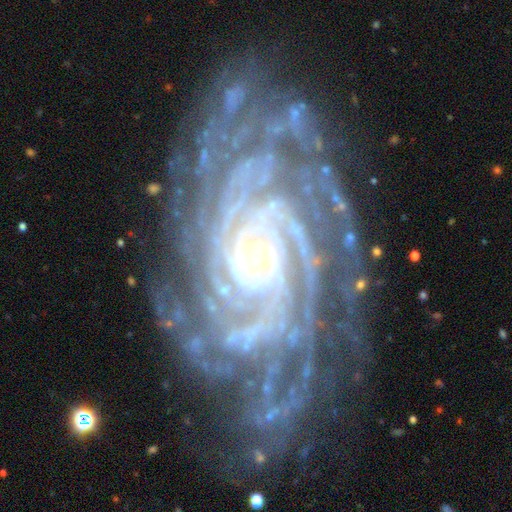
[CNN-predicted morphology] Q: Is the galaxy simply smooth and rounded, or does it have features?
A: featured or disk — 92%.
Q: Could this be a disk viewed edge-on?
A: no — 97%.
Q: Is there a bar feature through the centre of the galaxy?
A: no — 56%.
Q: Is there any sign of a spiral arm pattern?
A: yes — 99%.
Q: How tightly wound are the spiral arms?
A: tight — 83%.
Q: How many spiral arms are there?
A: more than 4 — 37%.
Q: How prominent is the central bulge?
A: small — 76%.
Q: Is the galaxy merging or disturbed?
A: none — 78%.